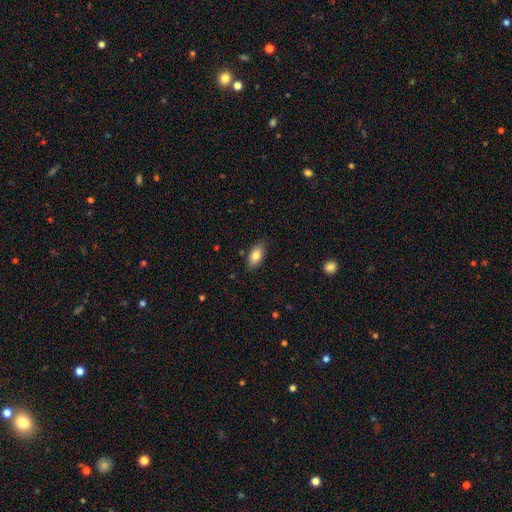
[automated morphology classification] Overall: smooth (83%). How rounded: in between (90%). Merging: none (85%).